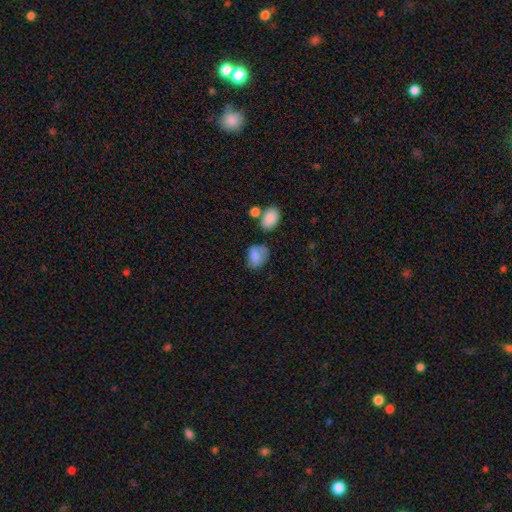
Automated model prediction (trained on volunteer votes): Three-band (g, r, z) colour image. It shows a smooth galaxy with no disk features (77%) that is in between round and cigar-shaped (69%). Merging: none (43%).